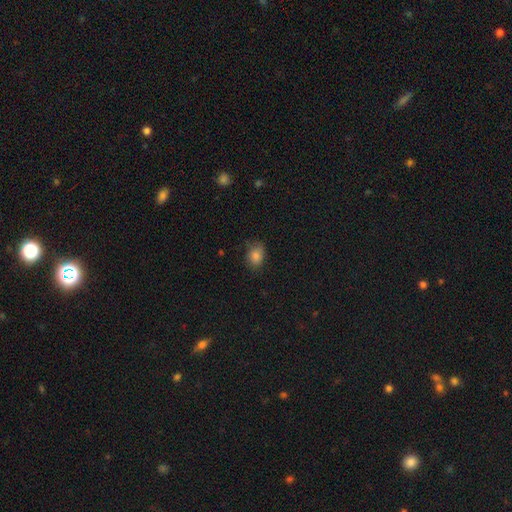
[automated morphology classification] smooth_or_featured: smooth (p=0.83) [alt: star or artifact p=0.10]
how_rounded: in between (p=0.67) [alt: round p=0.32]
merging: none (p=0.73) [alt: minor disturbance p=0.21]